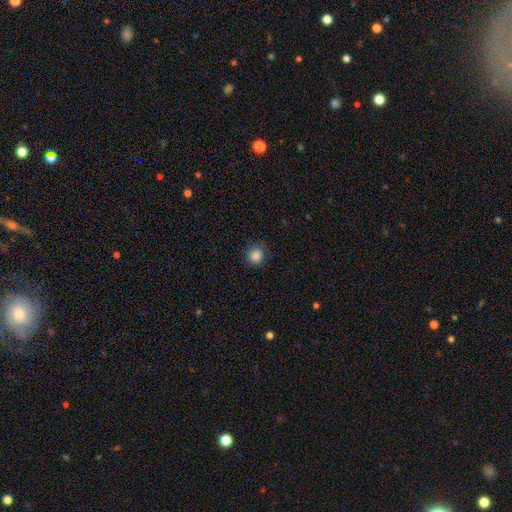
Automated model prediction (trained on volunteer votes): The model was most divided on "merging": none: 83%, minor disturbance: 13%, major disturbance: 3%, merger: 1%. More confident: how rounded — round (89%); smooth or featured — smooth (86%).